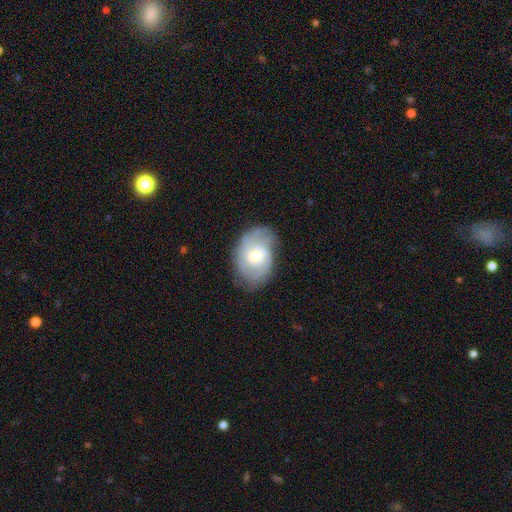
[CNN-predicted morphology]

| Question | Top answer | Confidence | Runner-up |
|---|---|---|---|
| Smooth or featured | featured or disk | 67% | smooth (27%) |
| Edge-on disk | no | 96% | yes (4%) |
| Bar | no | 59% | weak (35%) |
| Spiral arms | yes | 86% | no (14%) |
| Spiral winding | tight | 50% | medium (37%) |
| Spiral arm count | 2 | 39% | can't tell (34%) |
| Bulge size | moderate | 55% | small (39%) |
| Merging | none | 70% | minor disturbance (21%) |